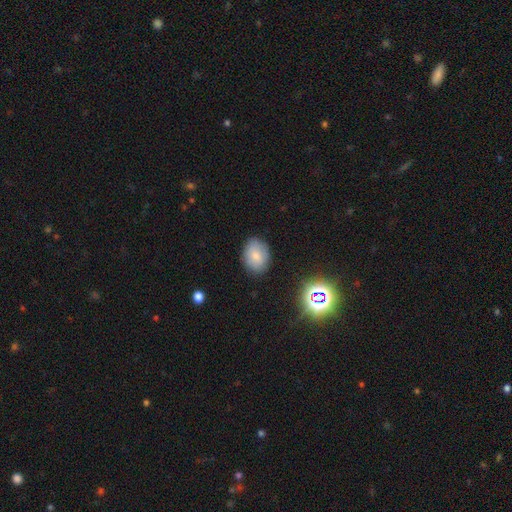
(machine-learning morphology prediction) Overall: smooth (76%). How rounded: in between (72%). Merging: none (82%).